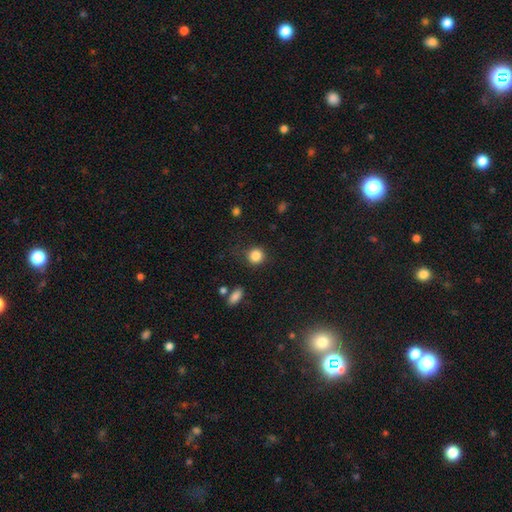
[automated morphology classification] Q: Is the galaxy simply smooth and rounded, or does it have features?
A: smooth — 86%.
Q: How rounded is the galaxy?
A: round — 90%.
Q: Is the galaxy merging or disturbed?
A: none — 81%.